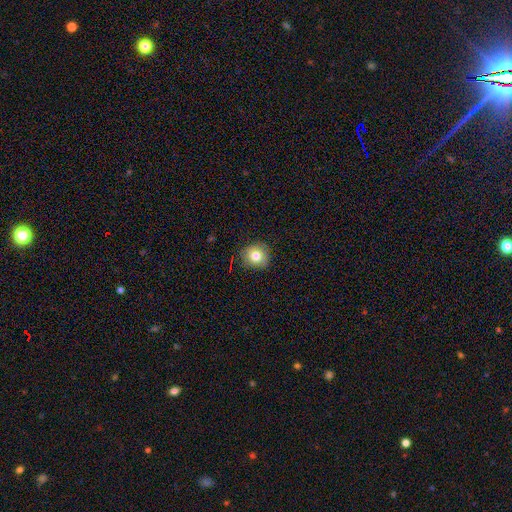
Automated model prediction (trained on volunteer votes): Smooth or featured: smooth — 77% (featured or disk — 12%)
How rounded: round — 88% (in between — 11%)
Merging: none — 84% (minor disturbance — 12%)